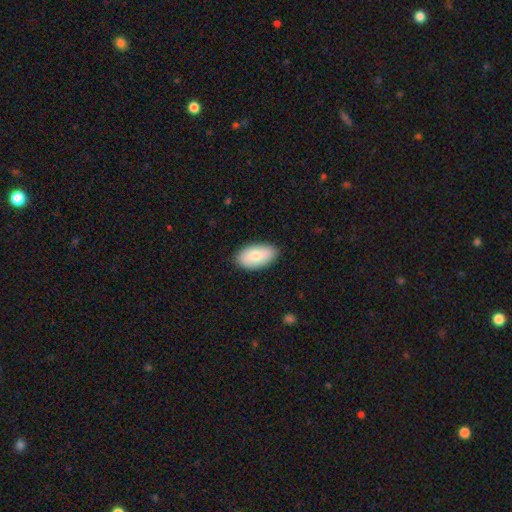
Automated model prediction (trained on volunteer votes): Smooth or featured? Predicted: smooth (p=0.79). How rounded? Predicted: in between (p=0.95). Merging? Predicted: none (p=0.86).